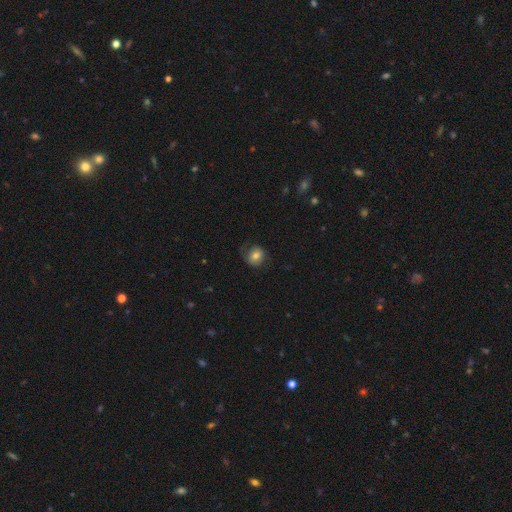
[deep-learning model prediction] A smooth galaxy with no disk features (73%) that is round (77%).

Vote fractions:
- Smooth or featured? smooth: 73% / featured or disk: 17% / star or artifact: 10%
- How rounded? round: 77% / in between: 22% / cigar-shaped: 1%
- Merging? none: 69% / minor disturbance: 20% / major disturbance: 10% / merger: 1%